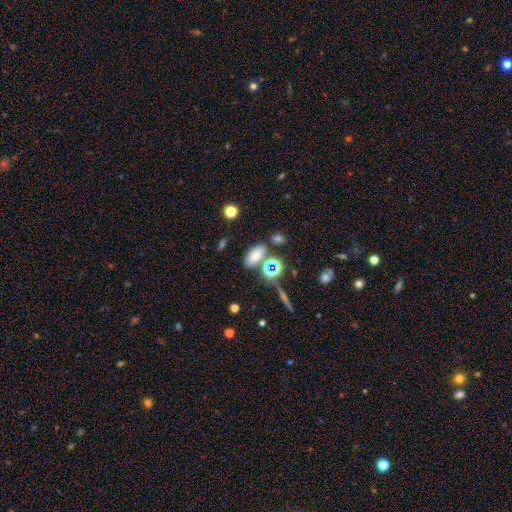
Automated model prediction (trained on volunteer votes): Smooth or featured?
  - smooth: 71% *
  - star or artifact: 16%
  - featured or disk: 12%
How rounded?
  - in between: 87% *
  - round: 7%
  - cigar-shaped: 6%
Merging?
  - none: 70% *
  - merger: 14%
  - minor disturbance: 11%
  - major disturbance: 5%